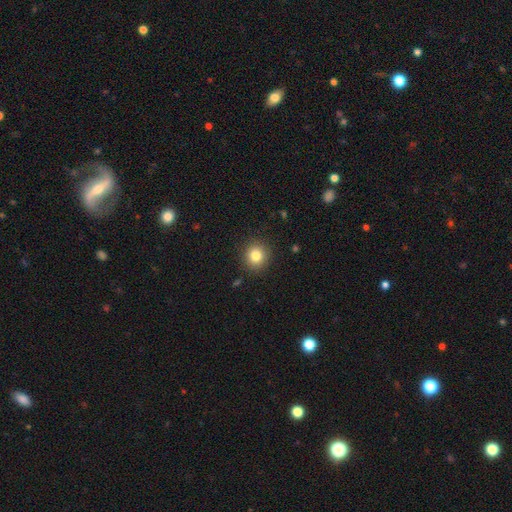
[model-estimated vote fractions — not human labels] This is clearly a smooth galaxy (82%). How rounded: clearly round (90%). Merging: clearly none (90%).